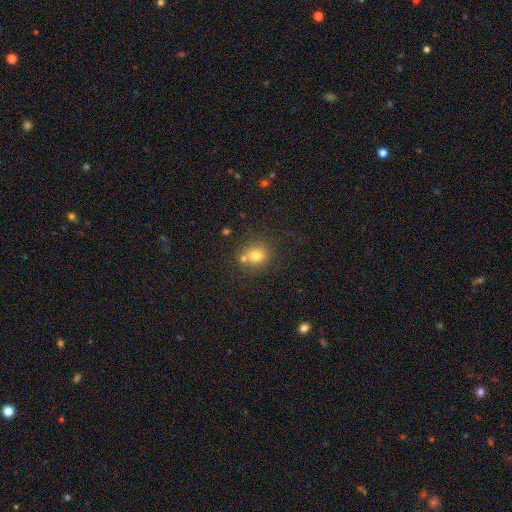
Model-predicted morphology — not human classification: Overall: smooth (75%). How rounded: round (75%). Merging: none (60%; merger 24%).